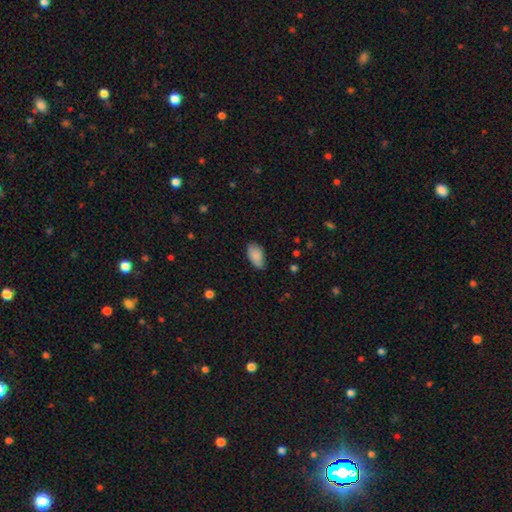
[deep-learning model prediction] Smooth or featured? smooth (87%)
How rounded? in between (94%)
Merging? none (76%)